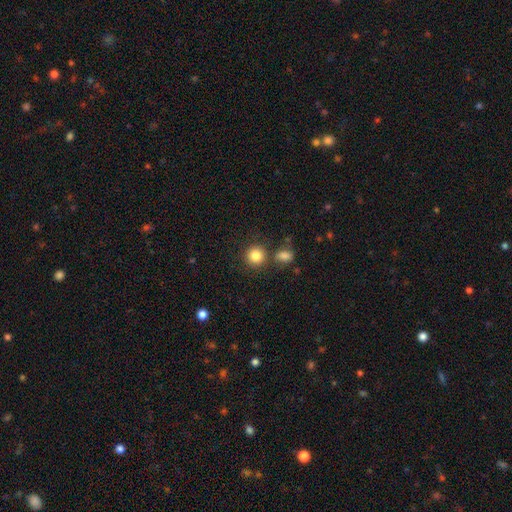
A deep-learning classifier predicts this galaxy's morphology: A smooth galaxy with no disk features (85%) that is round (90%). Merging: none (78%).